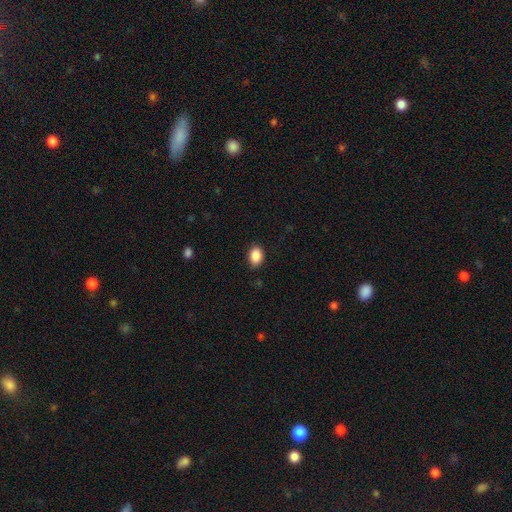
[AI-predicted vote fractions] A smooth galaxy with no disk features (88%) that is in between round and cigar-shaped (78%). Merging: none (85%).